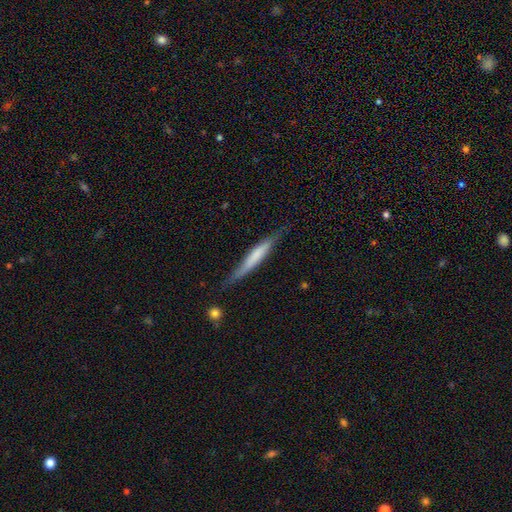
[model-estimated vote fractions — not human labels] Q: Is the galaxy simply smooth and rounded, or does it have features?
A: smooth — 53%.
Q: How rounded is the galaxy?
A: cigar-shaped — 94%.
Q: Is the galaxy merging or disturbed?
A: none — 73%.